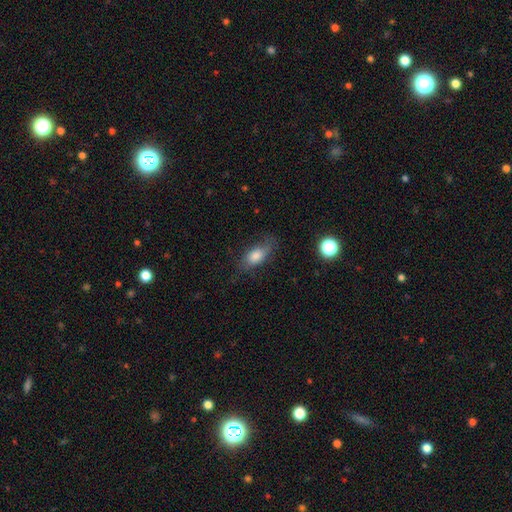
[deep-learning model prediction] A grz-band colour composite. It shows a smooth galaxy with no disk features (77%) that is in between round and cigar-shaped (83%). Merging: none (68%).